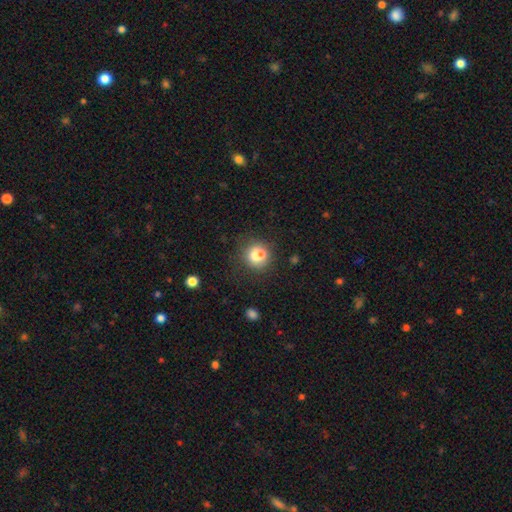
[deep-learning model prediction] smooth 68%, featured or disk 20%, star or artifact 12%. Down the decision tree: how rounded — round (79%); merging — none (51%).